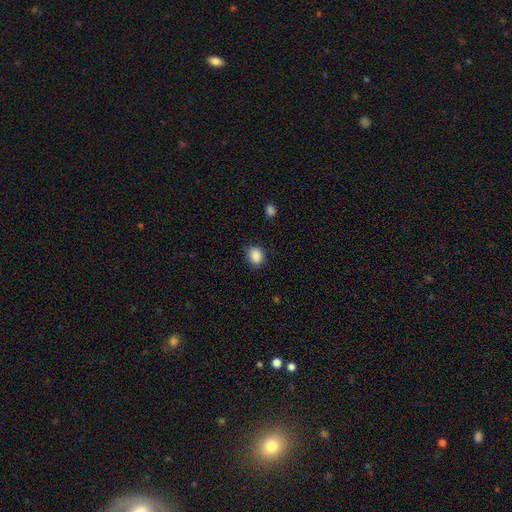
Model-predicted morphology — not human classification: smooth 88%, star or artifact 9%, featured or disk 3%. Down the decision tree: how rounded — round (60%); merging — none (83%).